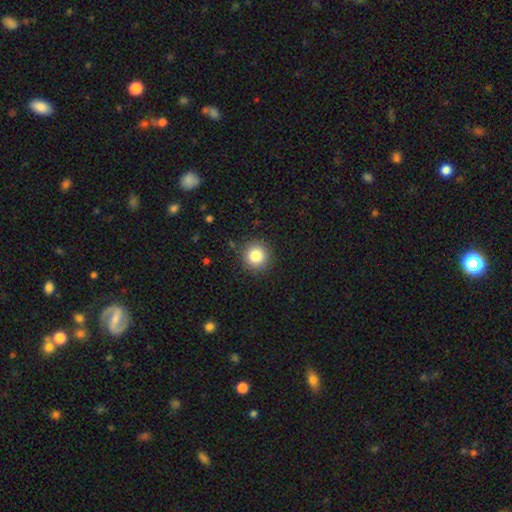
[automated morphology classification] Smooth or featured? smooth (83%)
How rounded? round (94%)
Merging? none (90%)